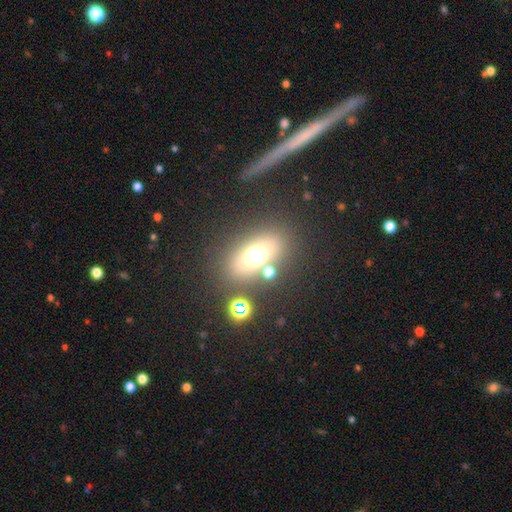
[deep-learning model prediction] smooth-or-featured: smooth: 59% | star or artifact: 24% | featured or disk: 17%
  how-rounded: in between: 64% | round: 33% | cigar-shaped: 3%
  merging: none: 75% | merger: 10% | minor disturbance: 9% | major disturbance: 6%